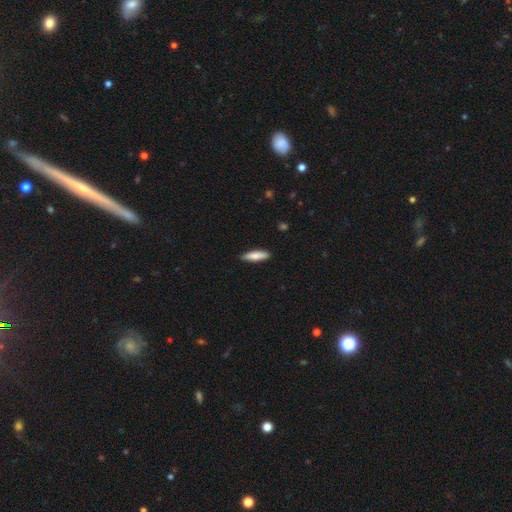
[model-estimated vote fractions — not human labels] Smooth or featured? smooth (78%)
How rounded? cigar-shaped (69%)
Merging? none (89%)